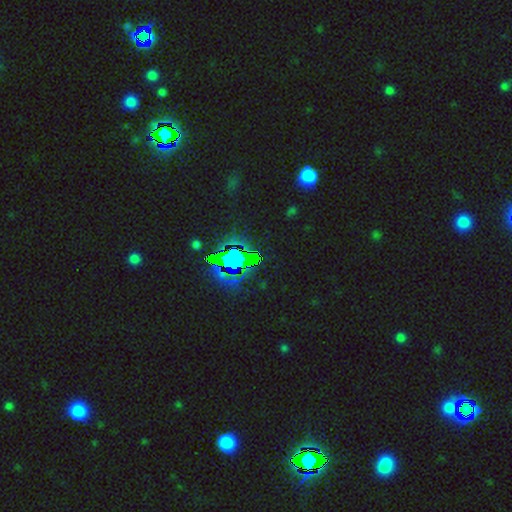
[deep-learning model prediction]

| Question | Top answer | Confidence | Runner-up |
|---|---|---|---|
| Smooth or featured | star or artifact | 79% | smooth (12%) |